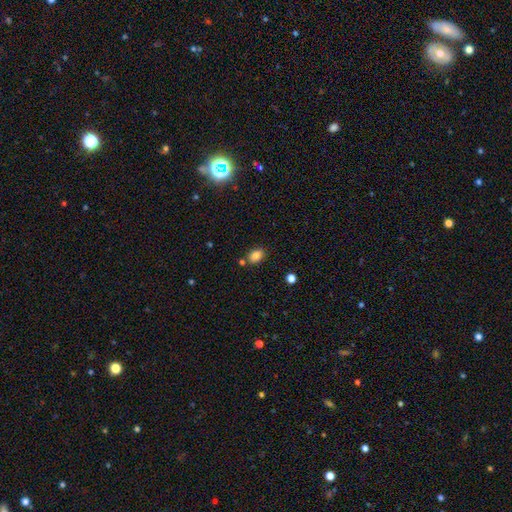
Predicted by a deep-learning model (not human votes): Smooth or featured: smooth — 84% (star or artifact — 10%)
How rounded: in between — 80% (round — 19%)
Merging: none — 76% (minor disturbance — 12%)